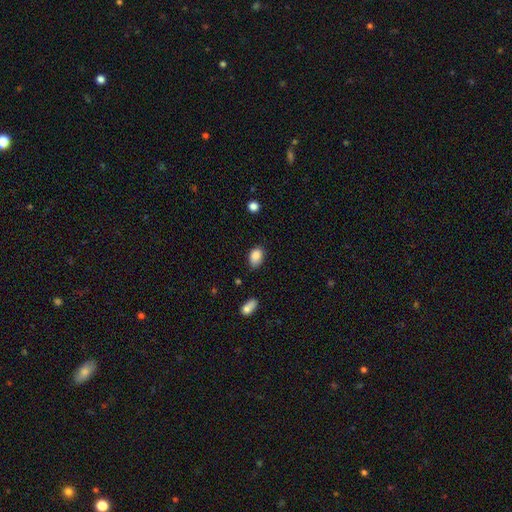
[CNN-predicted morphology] Smooth or featured? smooth (87%)
How rounded? in between (83%)
Merging? none (68%)